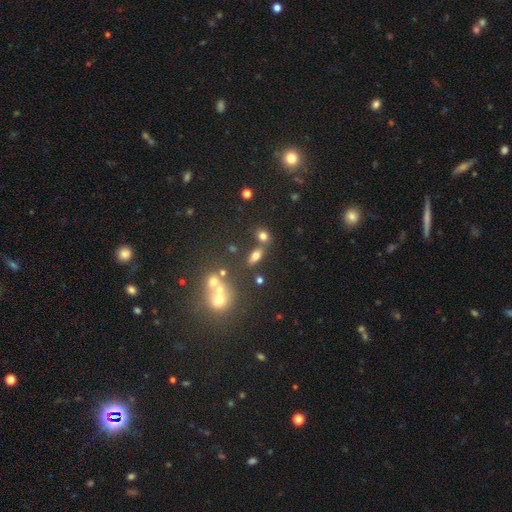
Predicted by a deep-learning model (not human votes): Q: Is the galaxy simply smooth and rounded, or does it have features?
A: smooth — 67%.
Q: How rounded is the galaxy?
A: in between — 76%.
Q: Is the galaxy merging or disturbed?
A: none — 65%.